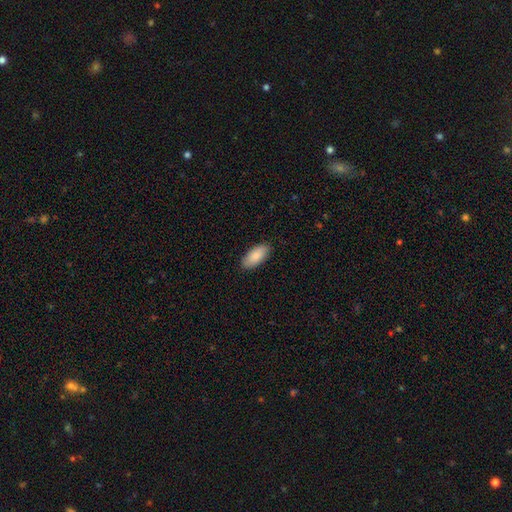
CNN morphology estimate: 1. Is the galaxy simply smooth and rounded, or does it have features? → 86% smooth, 9% featured or disk, 5% star or artifact.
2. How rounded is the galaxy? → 91% in between, 7% cigar-shaped, 2% round.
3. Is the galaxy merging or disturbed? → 88% none, 9% minor disturbance, 2% major disturbance, 1% merger.